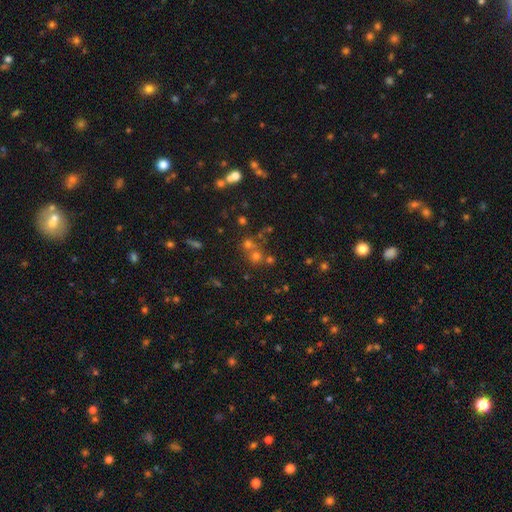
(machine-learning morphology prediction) smooth 48%, star or artifact 37%, featured or disk 14%. Down the decision tree: merging — none (55%).